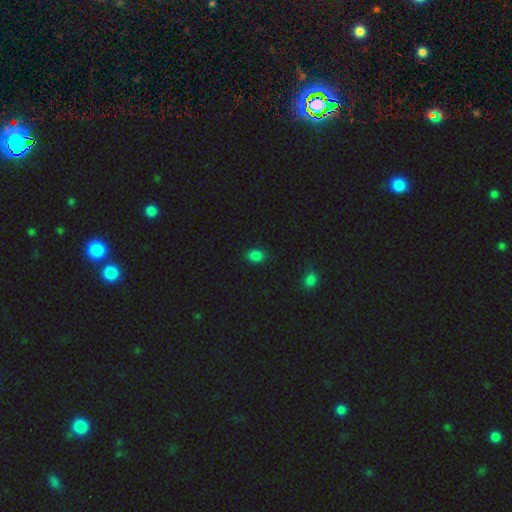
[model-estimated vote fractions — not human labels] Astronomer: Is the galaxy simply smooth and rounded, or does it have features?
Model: smooth — 82%.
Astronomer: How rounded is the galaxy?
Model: in between — 64%.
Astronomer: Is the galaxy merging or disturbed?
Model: none — 87%.